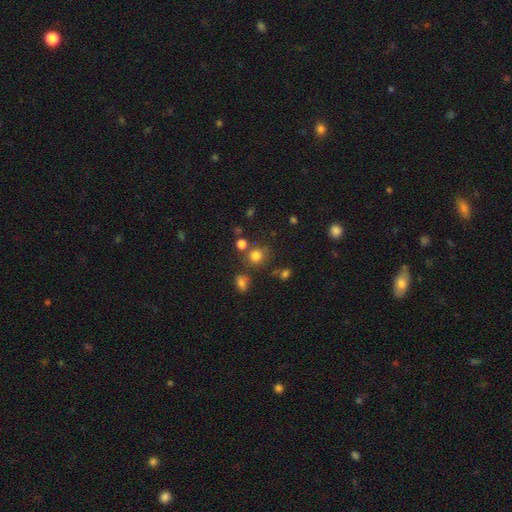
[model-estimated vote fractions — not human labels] Morphology: type=smooth (77%); roundness=round (83%); merging=none (71%).